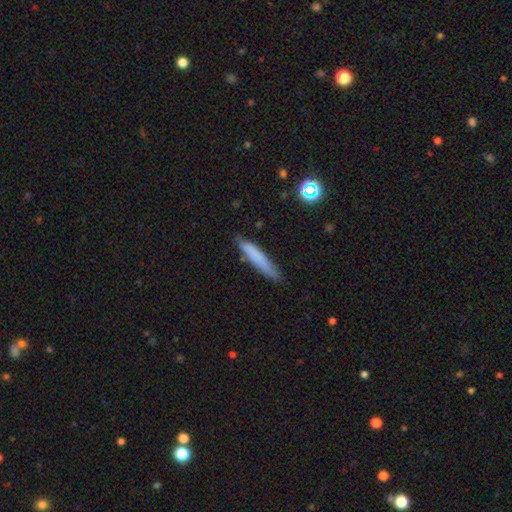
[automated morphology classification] This appears to be a smooth galaxy with no disk features (75%) that is cigar-shaped (91%). Merging: none (79%).